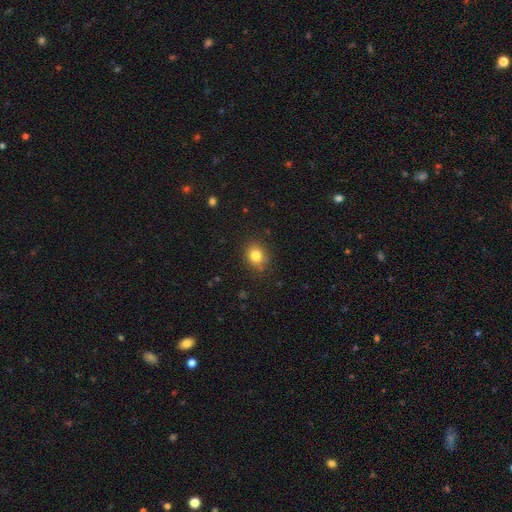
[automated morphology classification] type=smooth (82%); roundness=round (74%); merging=none (86%).